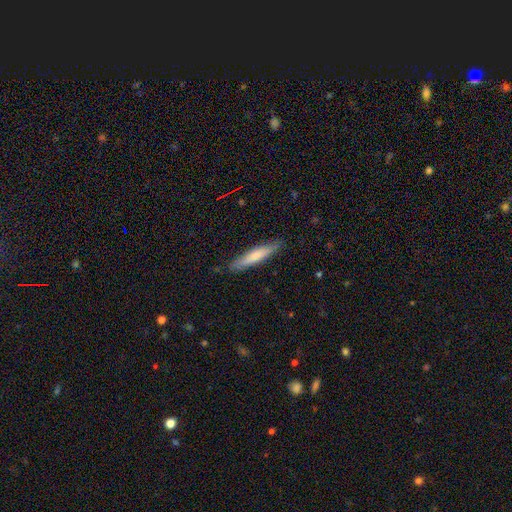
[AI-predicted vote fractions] The model was most divided on "smooth or featured": smooth: 67%, featured or disk: 28%, star or artifact: 5%. More confident: how rounded — cigar-shaped (90%); merging — none (86%).